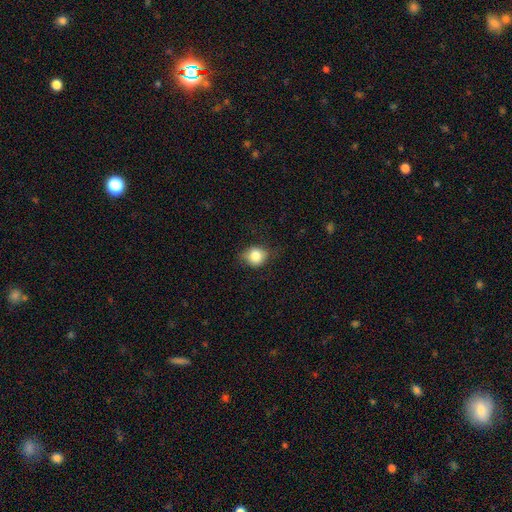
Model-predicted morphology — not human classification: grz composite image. It shows a smooth galaxy with no disk features (81%) that is round (68%). Merging: none (69%).